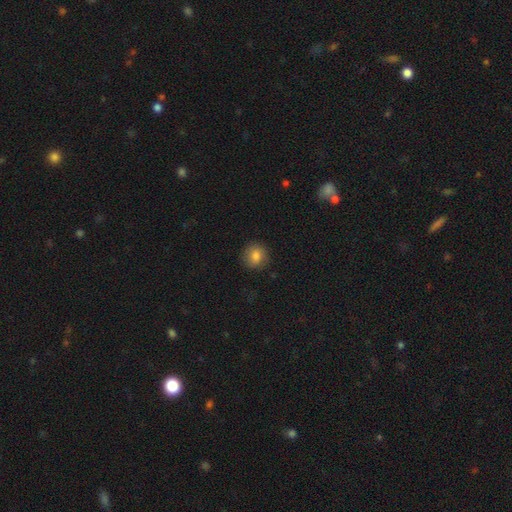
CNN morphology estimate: smooth_or_featured: smooth (p=0.83) [alt: star or artifact p=0.10]
how_rounded: round (p=0.86) [alt: in between p=0.13]
merging: none (p=0.87) [alt: minor disturbance p=0.10]